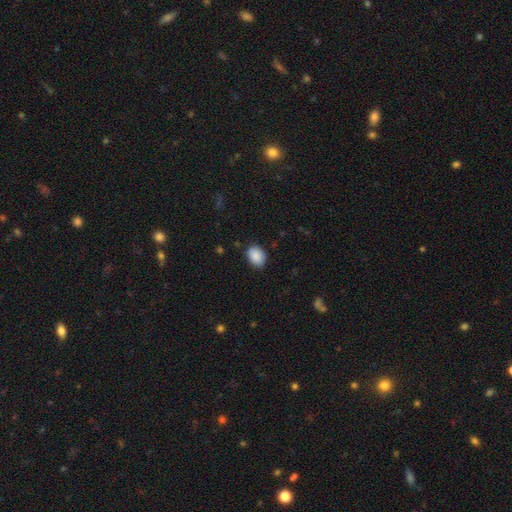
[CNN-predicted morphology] A smooth galaxy with no disk features (89%) that is in between round and cigar-shaped (74%). Merging: none (85%).